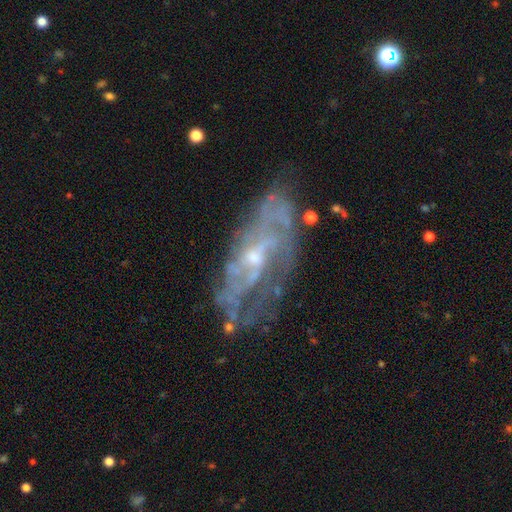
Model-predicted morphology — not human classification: Smooth or featured? Predicted: featured or disk (p=0.81). Edge-on disk? Predicted: no (p=0.90). Bar? Predicted: no (p=0.52). Spiral arms? Predicted: yes (p=0.75). Spiral winding? Predicted: tight (p=0.44). Spiral arm count? Predicted: can't tell (p=0.56). Bulge size? Predicted: small (p=0.65). Merging? Predicted: none (p=0.66).